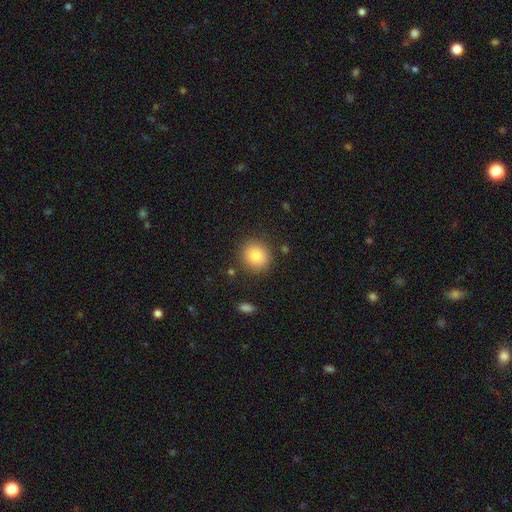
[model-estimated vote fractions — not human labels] Smooth or featured: smooth — 82% (star or artifact — 10%)
How rounded: round — 86% (in between — 14%)
Merging: none — 86% (minor disturbance — 9%)